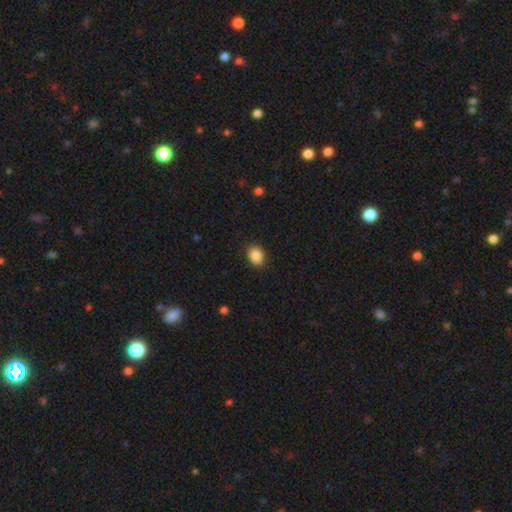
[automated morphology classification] Smooth or featured? Predicted: smooth (p=0.87). How rounded? Predicted: in between (p=0.57). Merging? Predicted: none (p=0.89).